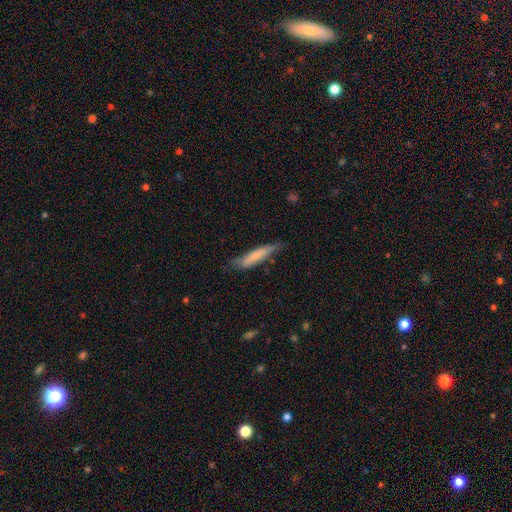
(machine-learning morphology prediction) The model was most divided on "merging": none: 59%, minor disturbance: 30%, major disturbance: 8%, merger: 2%. More confident: how rounded — cigar-shaped (86%); smooth or featured — smooth (69%).